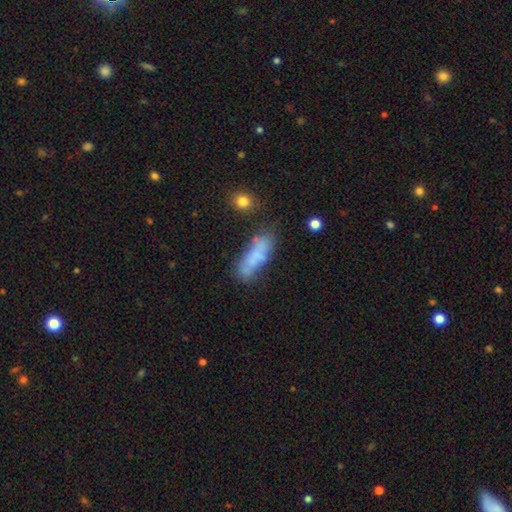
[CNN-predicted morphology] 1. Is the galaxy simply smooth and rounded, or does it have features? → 63% smooth, 27% featured or disk, 9% star or artifact.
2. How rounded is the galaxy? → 50% in between, 47% cigar-shaped, 3% round.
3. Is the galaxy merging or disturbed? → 51% none, 25% minor disturbance, 13% major disturbance, 12% merger.